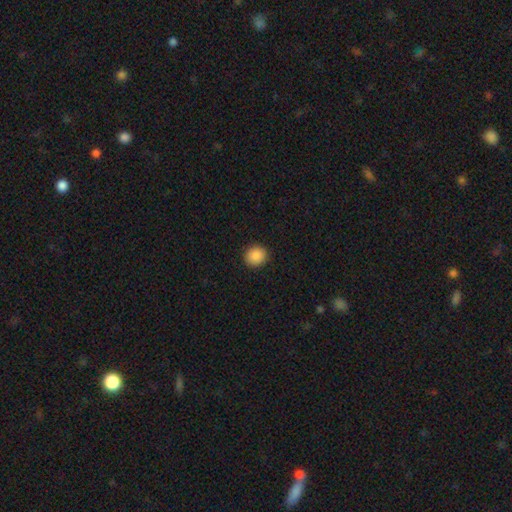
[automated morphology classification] The model was most divided on "how rounded": round: 84%, in between: 15%, cigar-shaped: 1%. More confident: merging — none (92%); smooth or featured — smooth (89%).